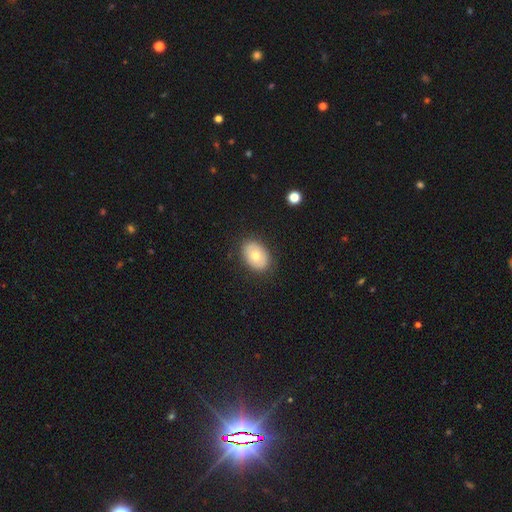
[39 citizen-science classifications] Smooth or featured? 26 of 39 (67%) said smooth. How rounded? 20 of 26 (77%) said in between. Merging? 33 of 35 (94%) said none.